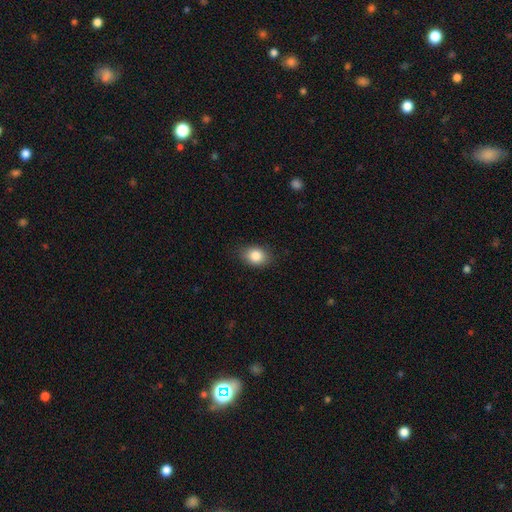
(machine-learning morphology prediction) This appears to be a smooth galaxy with no disk features (85%) that is in between round and cigar-shaped (66%). Merging: none (84%).